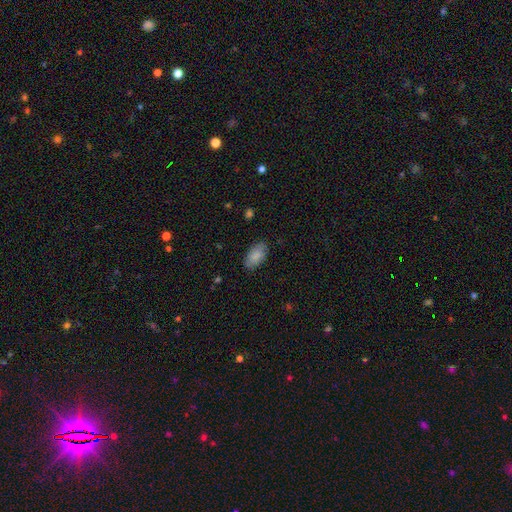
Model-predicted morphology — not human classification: Overall: smooth (87%). How rounded: in between (93%). Merging: none (83%).